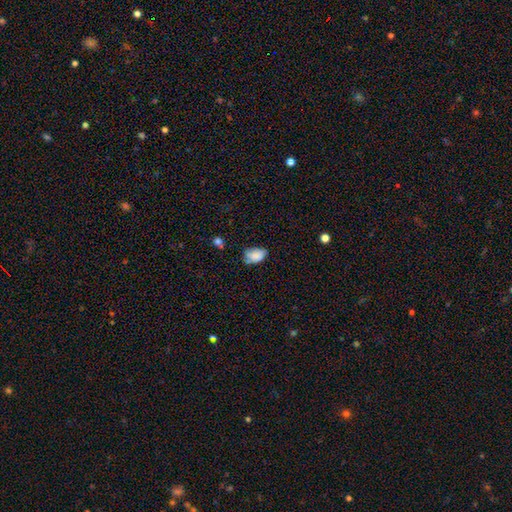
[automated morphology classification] smooth 80%, featured or disk 10%, star or artifact 9%. Down the decision tree: how rounded — in between (88%); merging — none (54%).